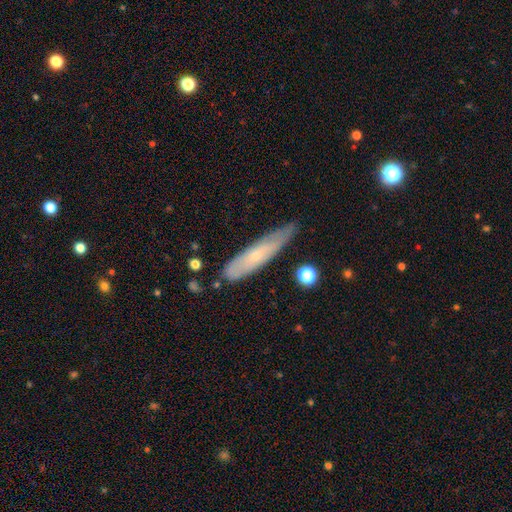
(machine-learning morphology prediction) Smooth or featured? Predicted: smooth (p=0.50). How rounded? Predicted: cigar-shaped (p=0.80). Merging? Predicted: none (p=0.64).